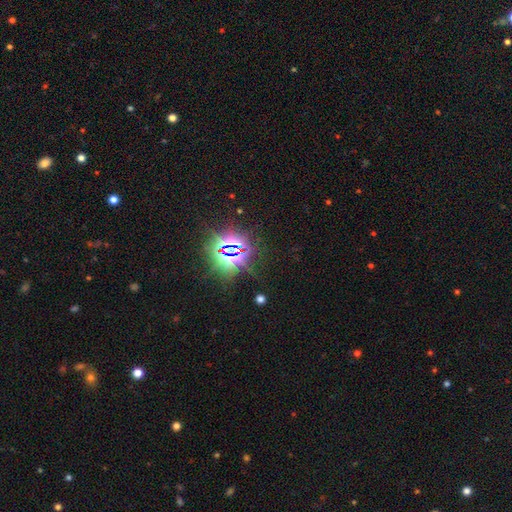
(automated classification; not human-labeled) Smooth or featured: star or artifact — 81% (smooth — 12%)